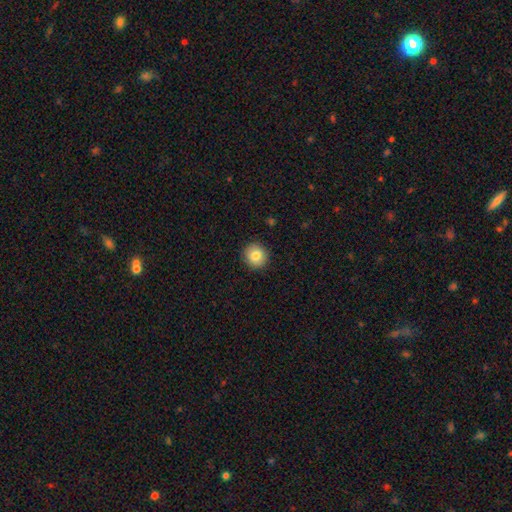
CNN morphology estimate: smooth-or-featured: smooth: 83% | star or artifact: 9% | featured or disk: 8%
  how-rounded: round: 93% | in between: 6% | cigar-shaped: 1%
  merging: none: 91% | minor disturbance: 6% | major disturbance: 2% | merger: 1%